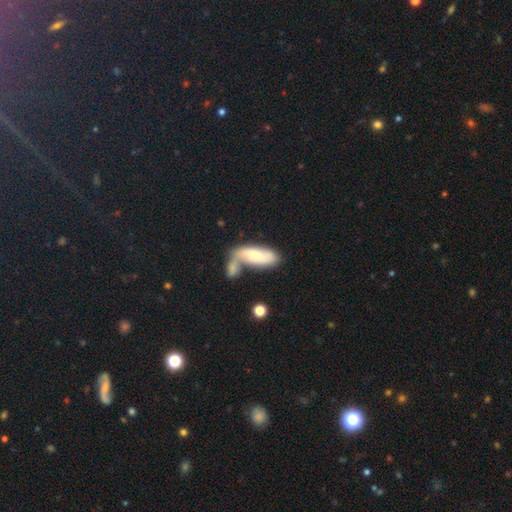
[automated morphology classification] Overall: smooth (58%; featured or disk 35%). How rounded: in between (75%). Merging: merger (50%; none 24%).